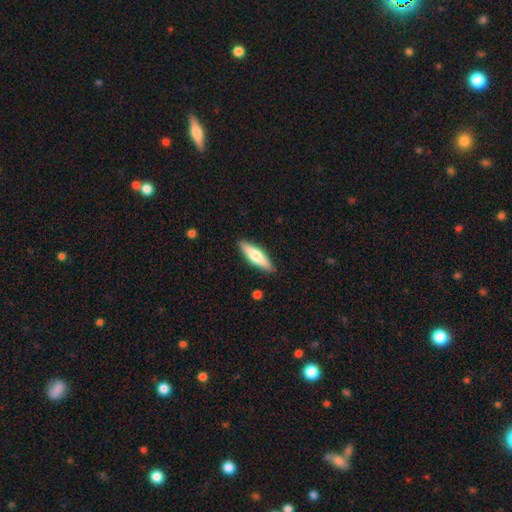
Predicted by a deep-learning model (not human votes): smooth_or_featured: smooth (p=0.55) [alt: featured or disk p=0.40]
how_rounded: cigar-shaped (p=0.67) [alt: in between p=0.31]
merging: none (p=0.89) [alt: minor disturbance p=0.08]